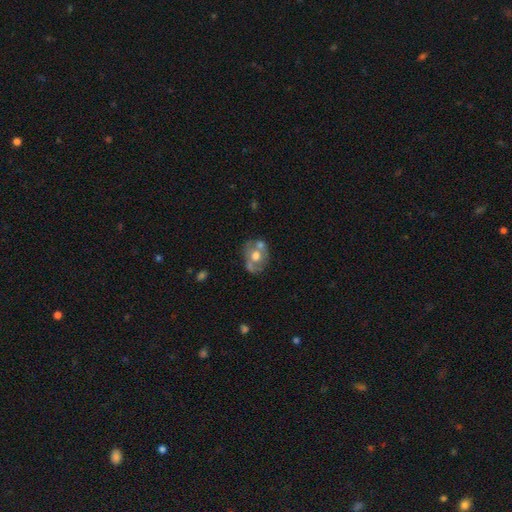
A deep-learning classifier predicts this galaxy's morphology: The model was most divided on "smooth or featured": featured or disk: 52%, smooth: 40%, star or artifact: 8%. Remaining: edge-on disk — no (95%); merging — none (46%).